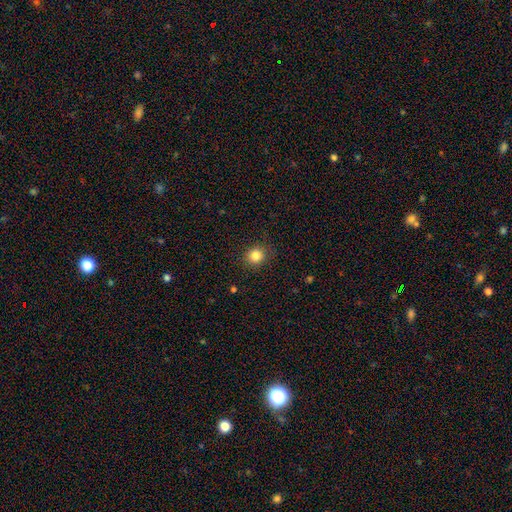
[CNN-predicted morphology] Smooth or featured? smooth (84%)
How rounded? round (83%)
Merging? none (88%)